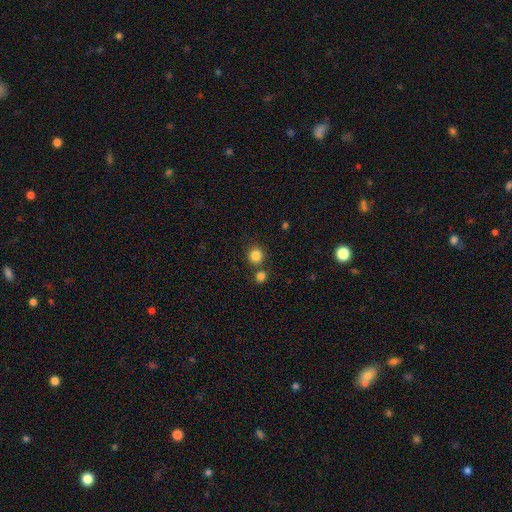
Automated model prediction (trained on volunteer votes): Overall: smooth (84%). How rounded: round (90%). Merging: none (74%).